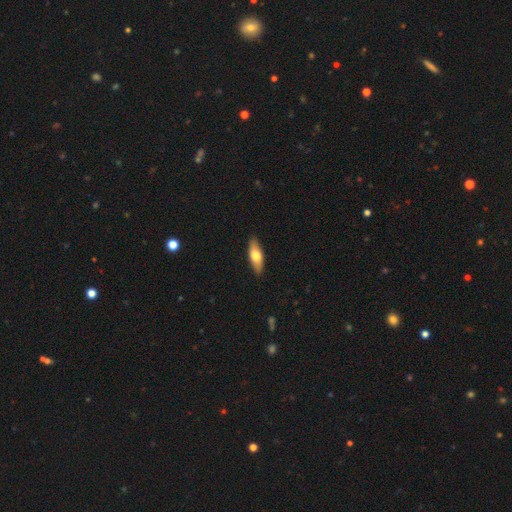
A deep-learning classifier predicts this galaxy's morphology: Q: Smooth or featured?
A: smooth (66%); runner-up: featured or disk (29%)
Q: How rounded?
A: in between (64%); runner-up: cigar-shaped (33%)
Q: Merging?
A: none (89%); runner-up: minor disturbance (9%)